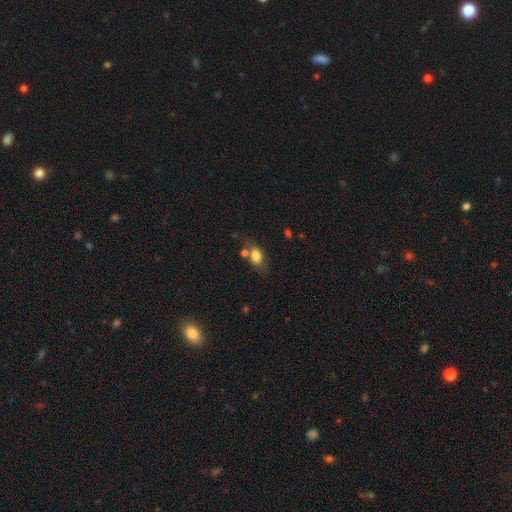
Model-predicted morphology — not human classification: Q: Smooth or featured?
A: smooth (77%); runner-up: featured or disk (14%)
Q: How rounded?
A: in between (78%); runner-up: round (17%)
Q: Merging?
A: none (57%); runner-up: minor disturbance (18%)